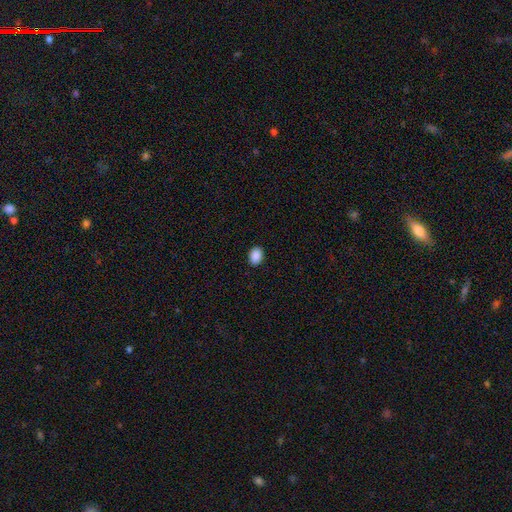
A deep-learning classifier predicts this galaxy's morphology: Q: Smooth or featured?
A: smooth (90%); runner-up: star or artifact (8%)
Q: How rounded?
A: in between (70%); runner-up: round (29%)
Q: Merging?
A: none (90%); runner-up: minor disturbance (7%)